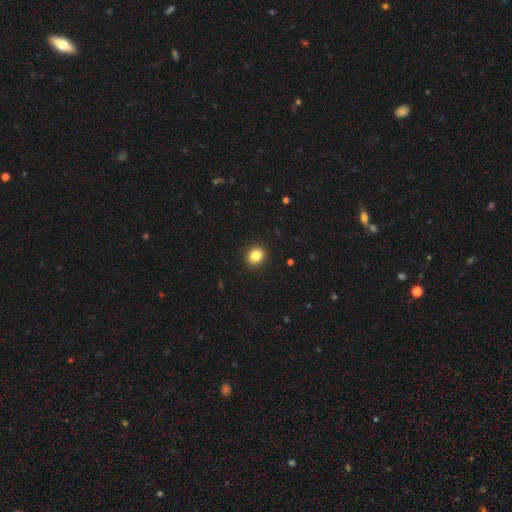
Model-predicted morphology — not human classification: Smooth or featured? Predicted: smooth (p=0.84). How rounded? Predicted: round (p=0.78). Merging? Predicted: none (p=0.92).